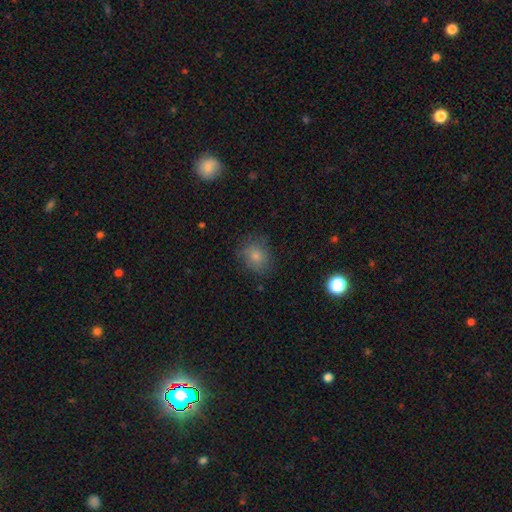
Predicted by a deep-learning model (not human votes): A smooth galaxy with no disk features (68%) that is round (65%).

Vote fractions:
- Smooth or featured? smooth: 68% / star or artifact: 17% / featured or disk: 15%
- How rounded? round: 65% / in between: 34% / cigar-shaped: 1%
- Merging? none: 78% / minor disturbance: 16% / major disturbance: 5% / merger: 1%